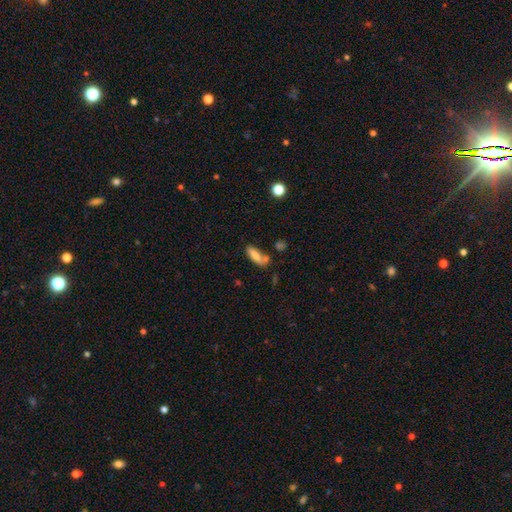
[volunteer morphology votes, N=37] Q: Smooth or featured?
A: smooth (76%); runner-up: featured or disk (19%)
Q: How rounded?
A: in between (50%); runner-up: cigar-shaped (46%)
Q: Merging?
A: none (57%); runner-up: merger (23%)